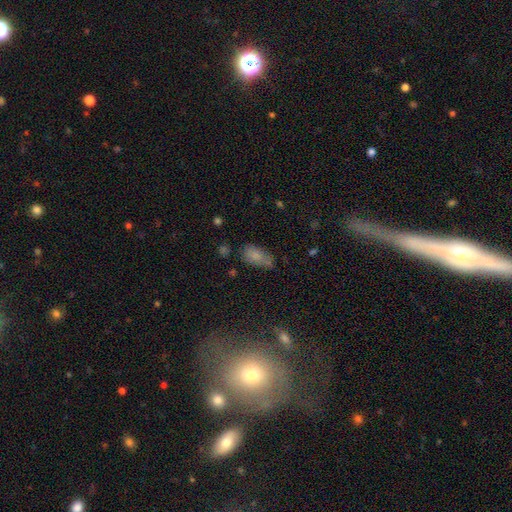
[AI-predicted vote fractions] This is likely a smooth galaxy (78%). How rounded: clearly in between (89%). Merging: possibly none (48%).